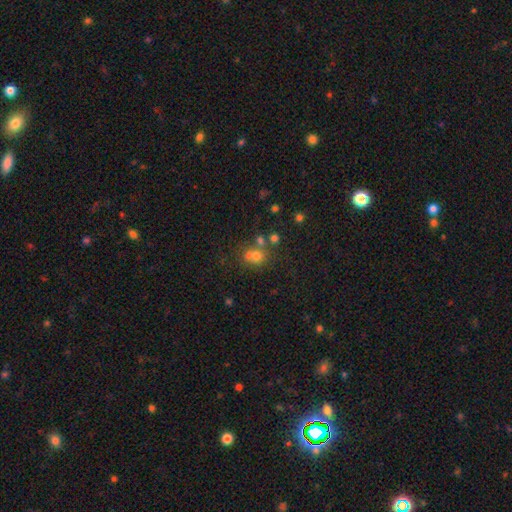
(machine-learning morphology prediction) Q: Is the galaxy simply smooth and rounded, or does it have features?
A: smooth — 63%.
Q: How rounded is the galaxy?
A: round — 80%.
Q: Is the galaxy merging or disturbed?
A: none — 48%.